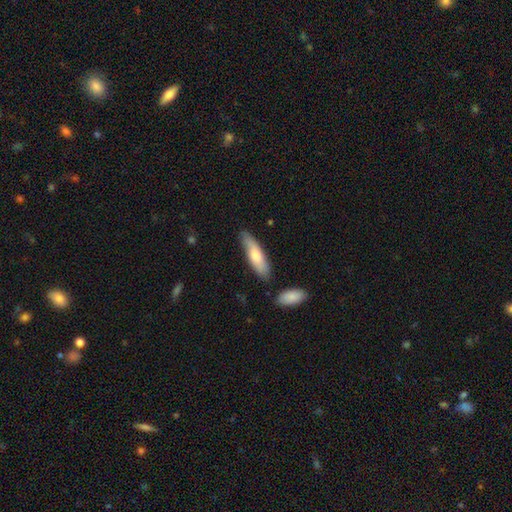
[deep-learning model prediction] Smooth or featured? smooth (73%)
How rounded? cigar-shaped (59%)
Merging? none (75%)